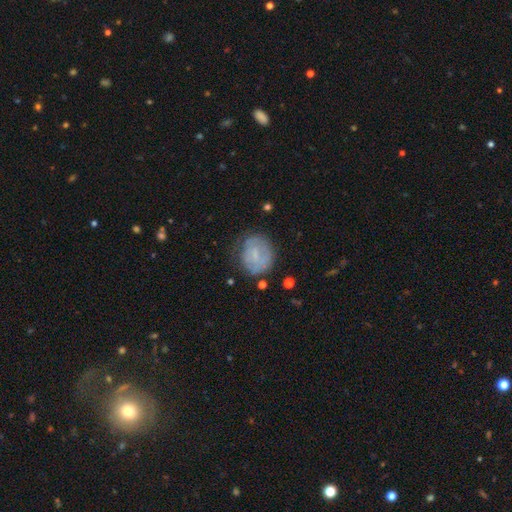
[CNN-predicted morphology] A smooth galaxy with no disk features (51%) that is round (68%).

Vote fractions:
- Smooth or featured? smooth: 51% / featured or disk: 40% / star or artifact: 9%
- How rounded? round: 68% / in between: 31% / cigar-shaped: 1%
- Merging? none: 63% / minor disturbance: 24% / major disturbance: 11% / merger: 2%